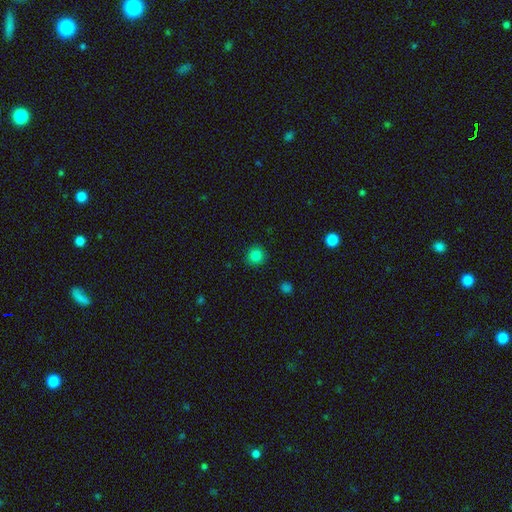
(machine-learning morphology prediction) smooth_or_featured: smooth (p=0.84) [alt: star or artifact p=0.12]
how_rounded: round (p=0.92) [alt: in between p=0.07]
merging: none (p=0.90) [alt: minor disturbance p=0.07]